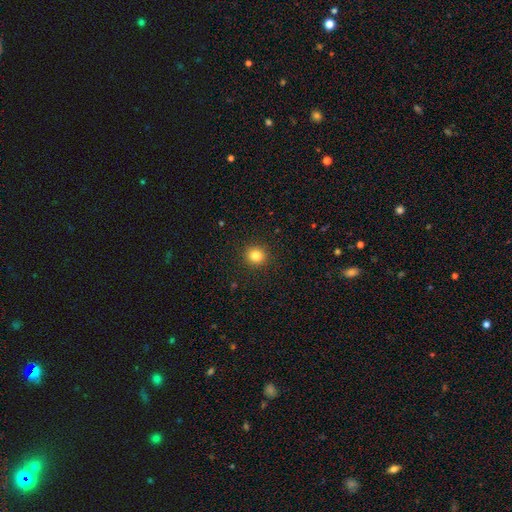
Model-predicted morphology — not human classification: Smooth or featured: smooth — 82% (star or artifact — 12%)
How rounded: round — 89% (in between — 11%)
Merging: none — 92% (minor disturbance — 5%)